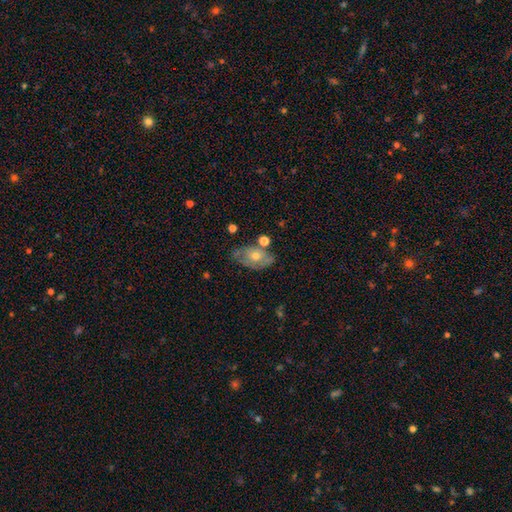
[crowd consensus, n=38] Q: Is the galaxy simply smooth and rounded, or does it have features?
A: featured or disk — 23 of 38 (61%).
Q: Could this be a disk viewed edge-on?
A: no — 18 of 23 (78%).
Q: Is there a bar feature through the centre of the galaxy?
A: no — 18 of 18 (100%).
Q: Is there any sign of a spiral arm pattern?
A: yes — 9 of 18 (50%, tied with no).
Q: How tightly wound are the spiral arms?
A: tight — 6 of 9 (67%).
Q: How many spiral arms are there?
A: can't tell — 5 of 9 (56%).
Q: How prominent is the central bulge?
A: moderate — 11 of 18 (61%).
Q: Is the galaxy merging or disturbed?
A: none — 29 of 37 (78%).